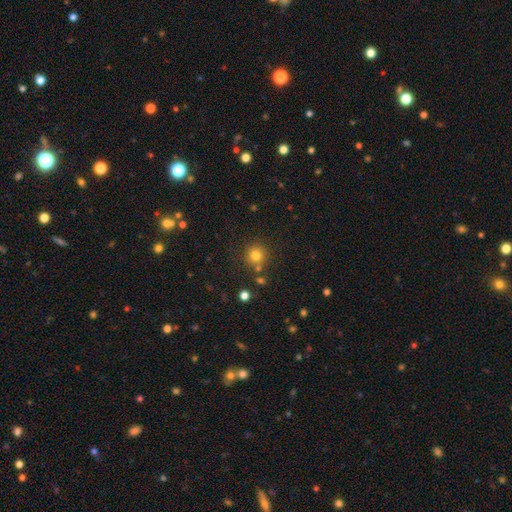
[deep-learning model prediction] smooth 78%, star or artifact 15%, featured or disk 7%. Down the decision tree: how rounded — round (94%); merging — none (80%).